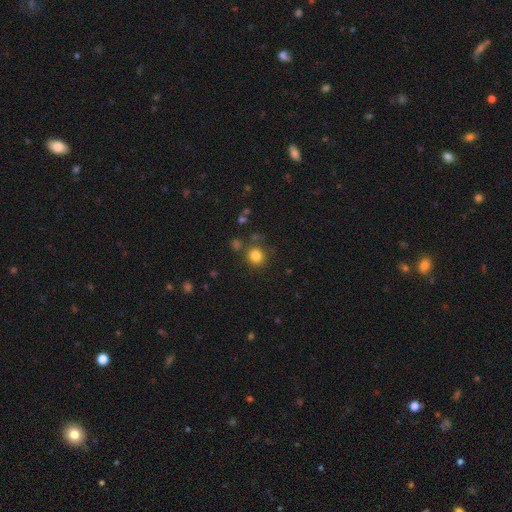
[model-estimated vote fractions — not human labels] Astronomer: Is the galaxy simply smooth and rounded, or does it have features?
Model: smooth — 82%.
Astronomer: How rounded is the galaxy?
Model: round — 88%.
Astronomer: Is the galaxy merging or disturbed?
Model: none — 80%.